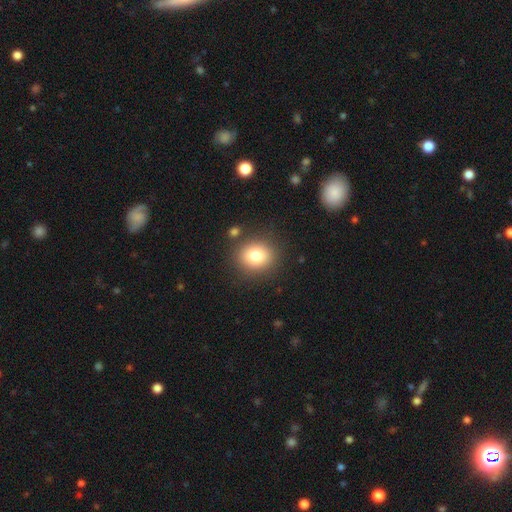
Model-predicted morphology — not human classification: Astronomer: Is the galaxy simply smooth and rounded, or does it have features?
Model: smooth — 80%.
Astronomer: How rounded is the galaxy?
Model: round — 74%.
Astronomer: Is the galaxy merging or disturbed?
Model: none — 85%.